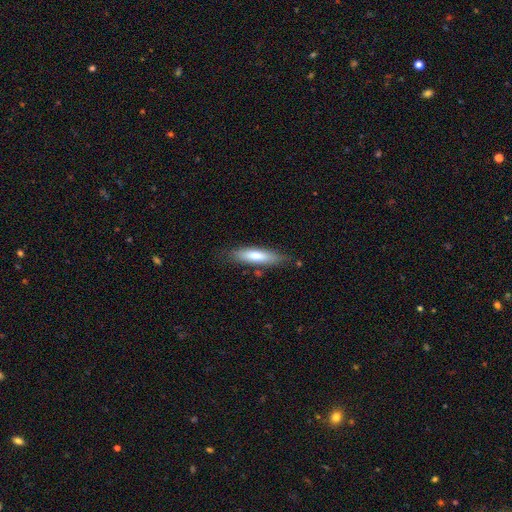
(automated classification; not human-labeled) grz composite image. It shows a smooth galaxy with no disk features (68%) that is cigar-shaped (70%). Merging: none (79%).